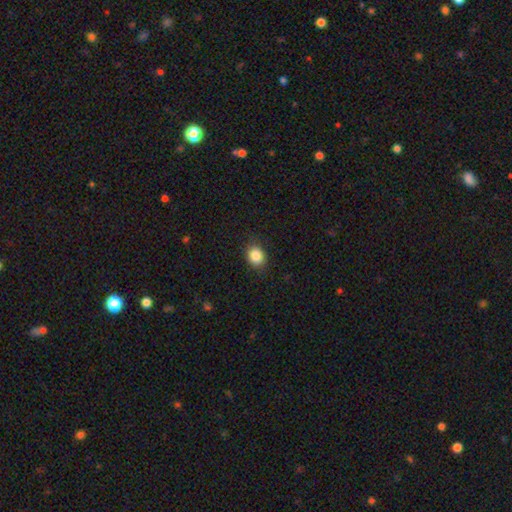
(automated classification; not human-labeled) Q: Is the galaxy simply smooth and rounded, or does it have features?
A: smooth — 86%.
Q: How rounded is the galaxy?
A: round — 59%.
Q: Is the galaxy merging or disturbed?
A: none — 85%.